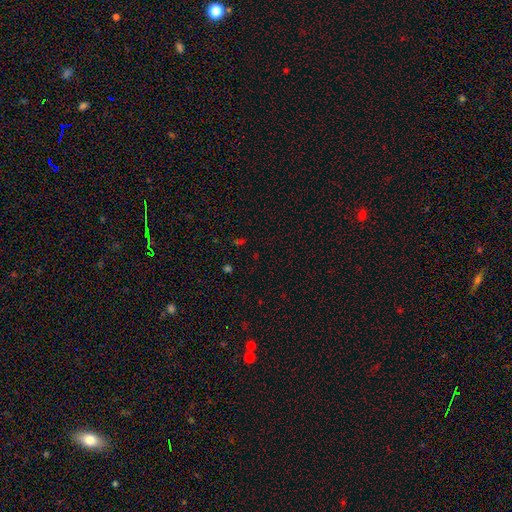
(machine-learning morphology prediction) This is possibly a star or artifact rather than a galaxy (55%).